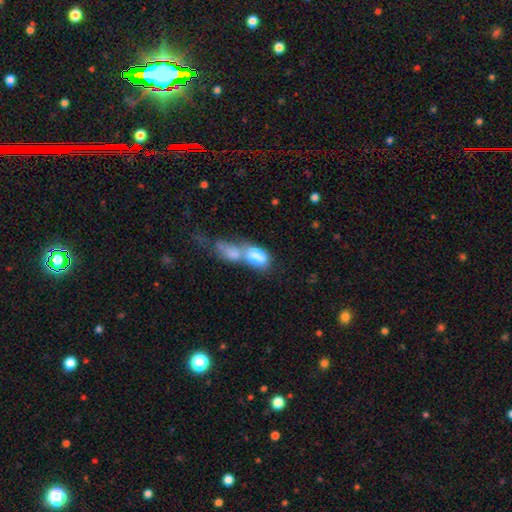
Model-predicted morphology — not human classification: The model was most divided on "smooth or featured": smooth: 75%, featured or disk: 18%, star or artifact: 7%. More confident: how rounded — in between (86%); merging — merger (72%).